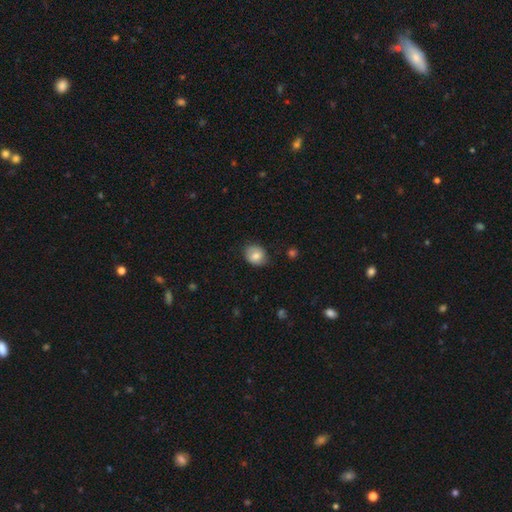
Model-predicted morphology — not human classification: Overall: smooth (78%). How rounded: round (53%; in between 47%). Merging: none (77%).